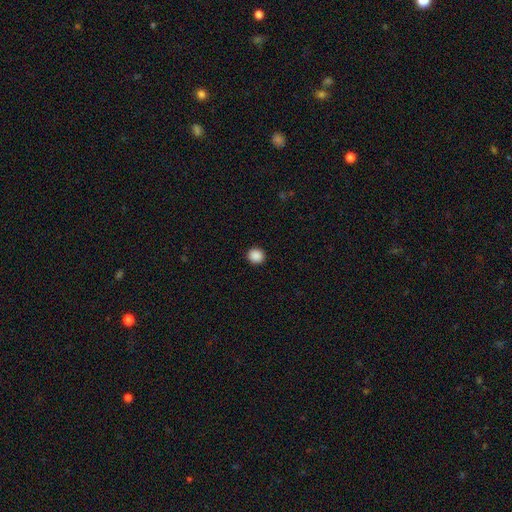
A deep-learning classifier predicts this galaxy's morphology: Smooth or featured?
  - smooth: 89% *
  - star or artifact: 9%
  - featured or disk: 2%
How rounded?
  - round: 92% *
  - in between: 7%
  - cigar-shaped: 1%
Merging?
  - none: 93% *
  - minor disturbance: 5%
  - major disturbance: 2%
  - merger: 1%